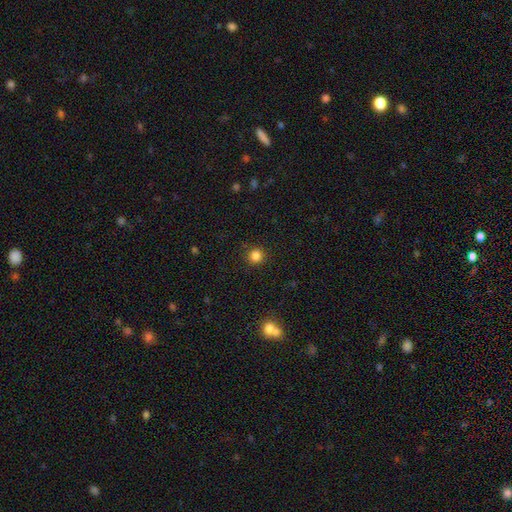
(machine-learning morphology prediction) Smooth or featured? smooth (84%)
How rounded? round (93%)
Merging? none (91%)